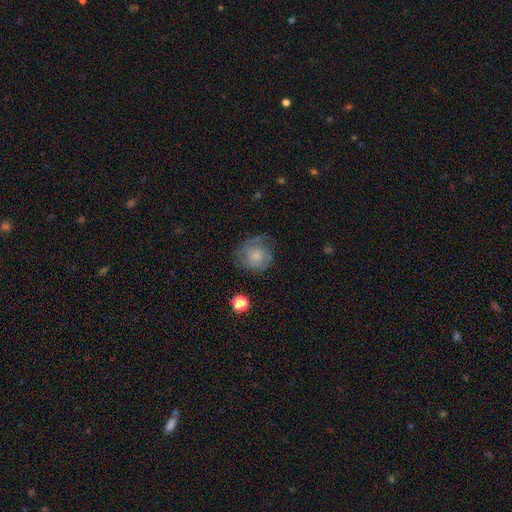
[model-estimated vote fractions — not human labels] A smooth galaxy with no disk features (58%) that is round (86%). Merging: none (59%).